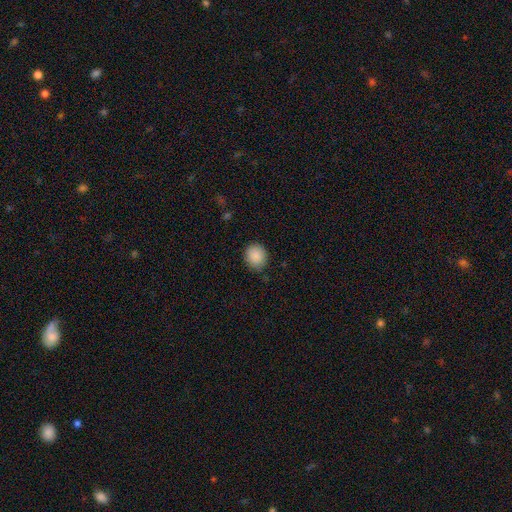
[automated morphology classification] type=smooth (89%); roundness=round (78%); merging=none (84%).